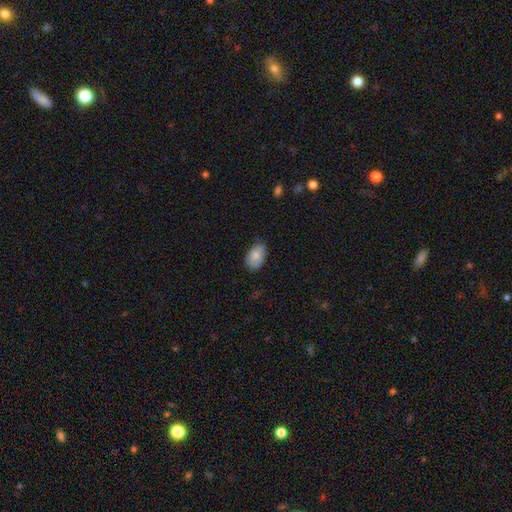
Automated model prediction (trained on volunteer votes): A smooth galaxy with no disk features (83%) that is in between round and cigar-shaped (91%). Merging: none (67%).